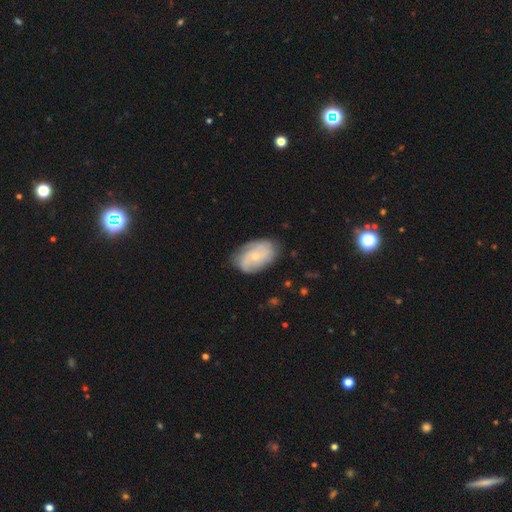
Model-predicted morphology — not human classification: Overall: featured or disk (65%; smooth 29%). Edge-on disk: no (96%). Bar: no (71%). Spiral arms: yes (89%). Spiral arm count: 2 (35%; can't tell 30%). Spiral winding: tight (41%; medium 40%). Bulge size: small (71%). Merging: none (74%).